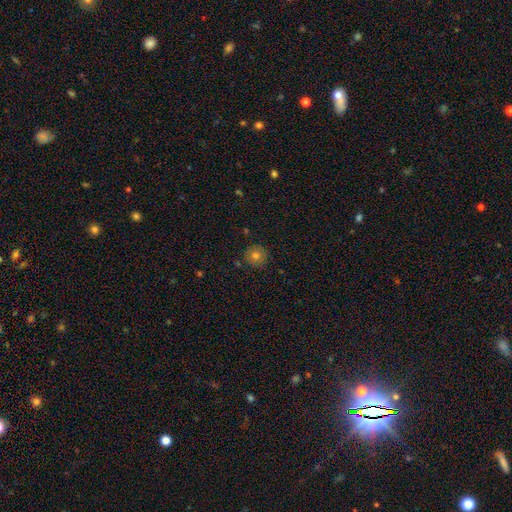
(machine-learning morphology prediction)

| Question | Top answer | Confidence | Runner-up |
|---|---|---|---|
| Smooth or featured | smooth | 76% | star or artifact (13%) |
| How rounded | round | 94% | in between (5%) |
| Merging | none | 87% | minor disturbance (9%) |